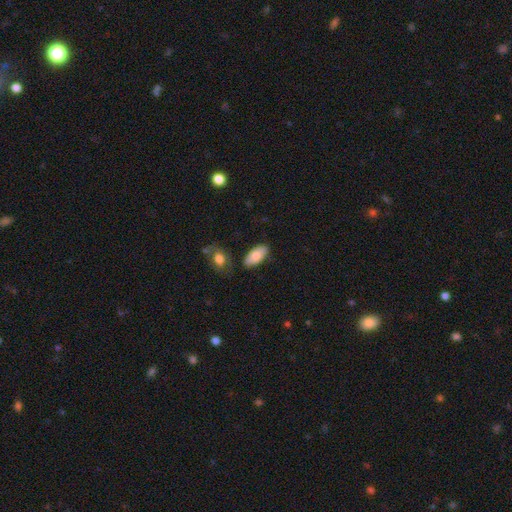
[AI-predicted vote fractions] The model was most divided on "merging": none: 77%, minor disturbance: 15%, merger: 5%, major disturbance: 4%. More confident: how rounded — in between (91%); smooth or featured — smooth (83%).